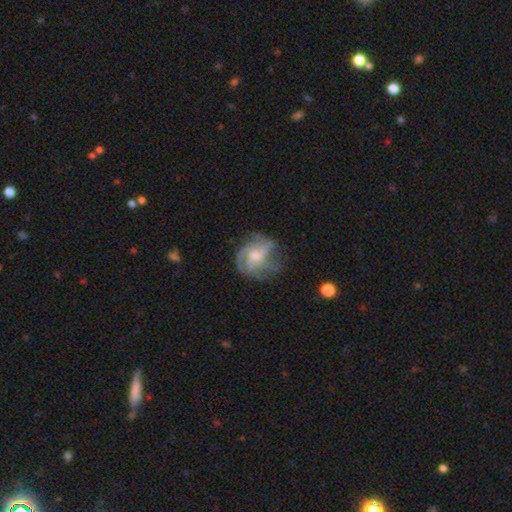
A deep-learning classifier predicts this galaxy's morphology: A featured or disk galaxy (73%) with no bar (63%), can't tell (30%, tied with 3) medium (44%) spiral arms (85%) and a moderate central bulge (49%).

Vote fractions:
- Smooth or featured? featured or disk: 73% / smooth: 19% / star or artifact: 7%
- Edge-on disk? no: 98% / yes: 2%
- Bar? no: 63% / weak: 32% / strong: 5%
- Spiral arms? yes: 85% / no: 15%
- Spiral winding? medium: 44% / tight: 34% / loose: 22%
- Spiral arm count? can't tell: 30% (tied) / 3: 30% (tied) / 2: 16% / 4: 13% / 1: 6% / more than 4: 5%
- Bulge size? moderate: 49% / small: 30% / none: 11% / large: 8% / dominant: 1%
- Merging? none: 55% / minor disturbance: 23% / major disturbance: 21% / merger: 2%